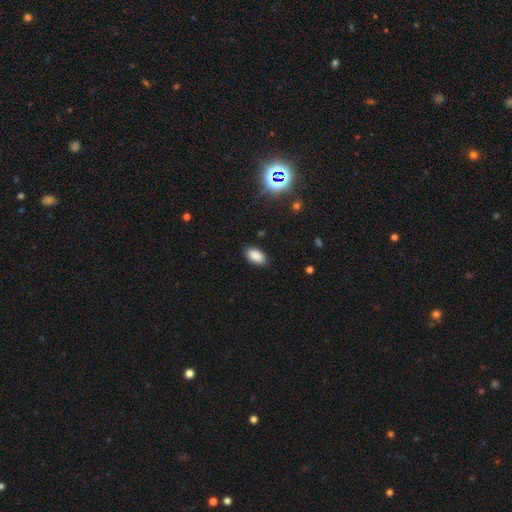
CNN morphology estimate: A smooth galaxy with no disk features (86%) that is in between round and cigar-shaped (94%). Merging: none (87%).